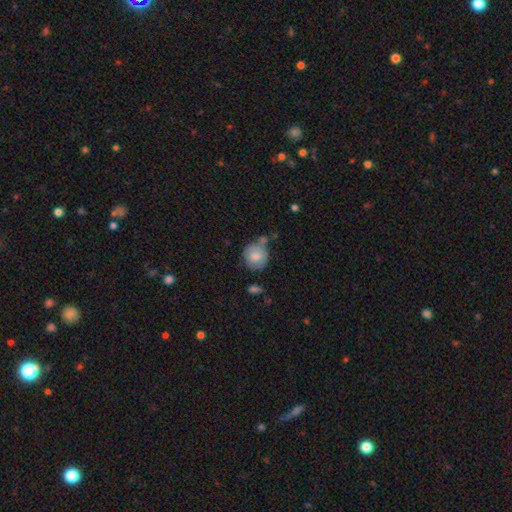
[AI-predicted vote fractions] Q: Smooth or featured?
A: smooth (75%); runner-up: featured or disk (18%)
Q: How rounded?
A: round (84%); runner-up: in between (15%)
Q: Merging?
A: none (57%); runner-up: minor disturbance (22%)